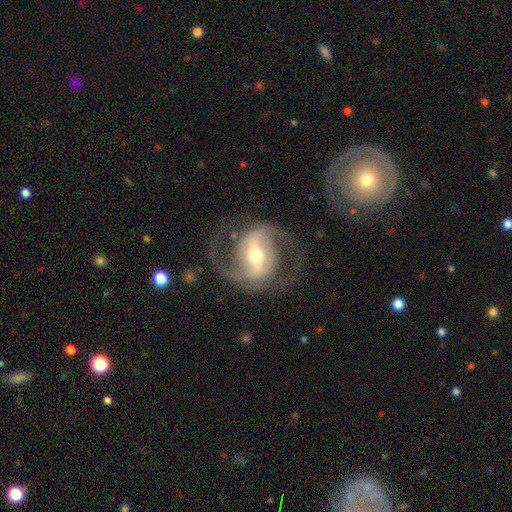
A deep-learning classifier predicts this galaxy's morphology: Smooth or featured? featured or disk (90%)
Edge-on disk? no (97%)
Bar? strong (55%)
Spiral arms? yes (96%)
Spiral winding? medium (58%)
Spiral arm count? 2 (92%)
Bulge size? moderate (57%)
Merging? none (76%)